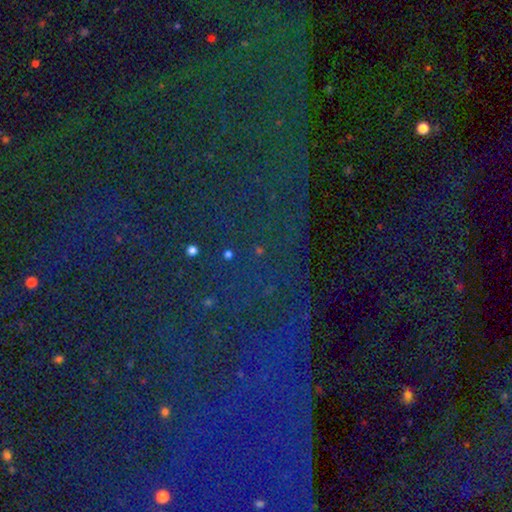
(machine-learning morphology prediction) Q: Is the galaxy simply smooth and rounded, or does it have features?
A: star or artifact — 83%.